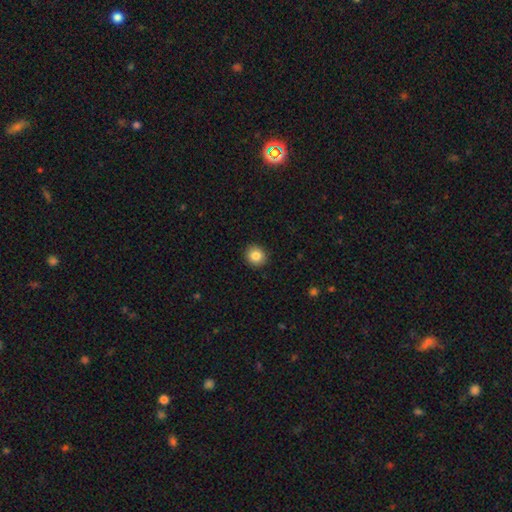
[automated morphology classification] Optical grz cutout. It shows a smooth galaxy with no disk features (85%) that is round (90%). Merging: none (92%).